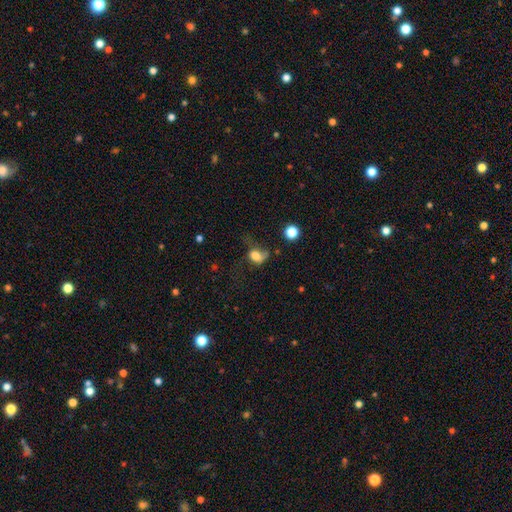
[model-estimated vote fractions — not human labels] This appears to be a smooth galaxy with no disk features (70%) that is in between round and cigar-shaped (56%). Merging: major disturbance (45%).